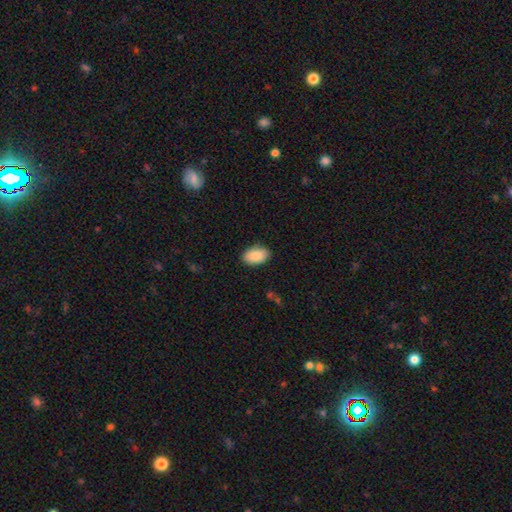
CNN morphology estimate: type=smooth (88%); roundness=in between (93%); merging=none (86%).